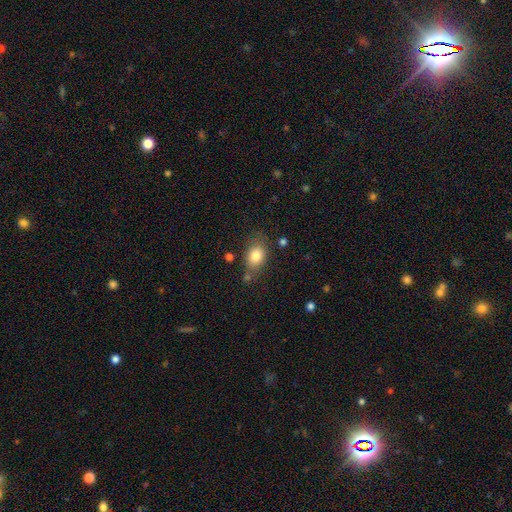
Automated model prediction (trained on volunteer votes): Overall: smooth (82%). How rounded: in between (76%). Merging: none (66%).